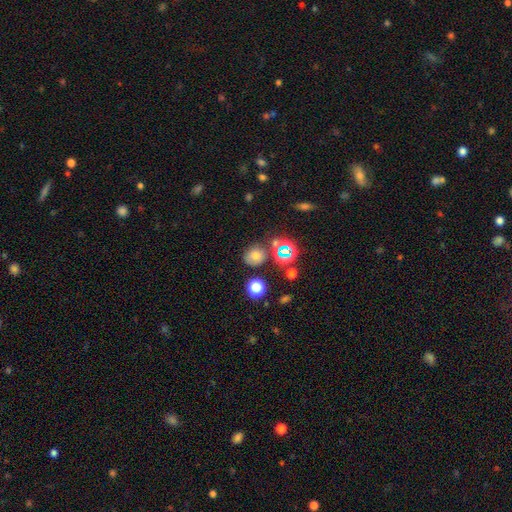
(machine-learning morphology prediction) A smooth galaxy with no disk features (56%) that is round (77%).

Vote fractions:
- Smooth or featured? smooth: 56% / star or artifact: 33% / featured or disk: 11%
- How rounded? round: 77% / in between: 22% / cigar-shaped: 1%
- Merging? none: 74% / minor disturbance: 12% / merger: 9% / major disturbance: 5%